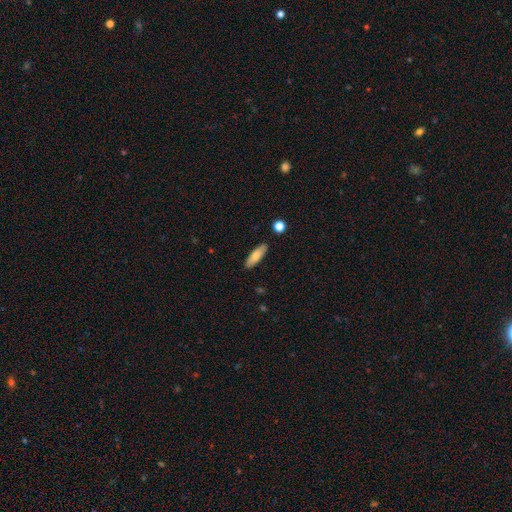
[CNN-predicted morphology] A smooth galaxy with no disk features (77%) that is cigar-shaped (50%). Merging: none (85%).